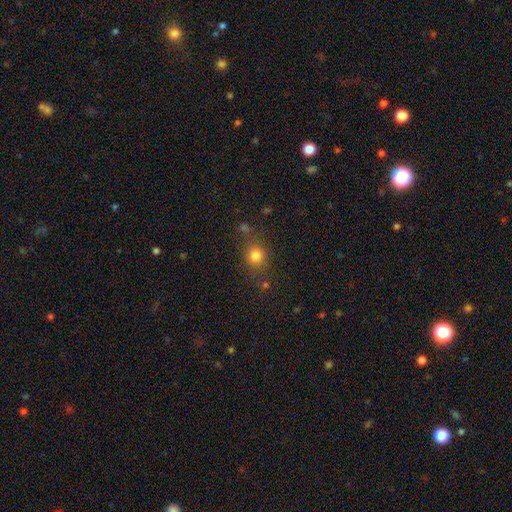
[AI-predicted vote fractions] A smooth galaxy with no disk features (80%) that is round (82%).

Vote fractions:
- Smooth or featured? smooth: 80% / star or artifact: 14% / featured or disk: 7%
- How rounded? round: 82% / in between: 17% / cigar-shaped: 1%
- Merging? none: 72% / minor disturbance: 14% / merger: 8% / major disturbance: 6%